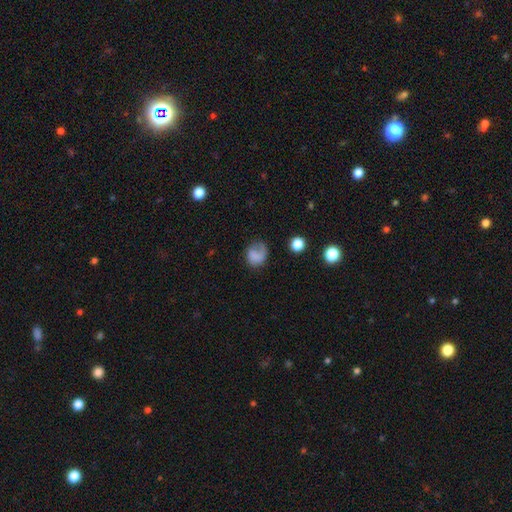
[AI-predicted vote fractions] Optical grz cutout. It shows a smooth galaxy with no disk features (66%) that is round (63%). Merging: none (46%).